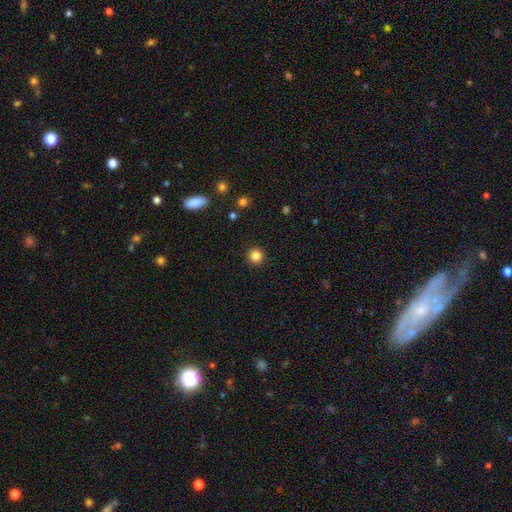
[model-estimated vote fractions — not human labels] Smooth or featured? Predicted: smooth (p=0.84). How rounded? Predicted: round (p=0.95). Merging? Predicted: none (p=0.93).